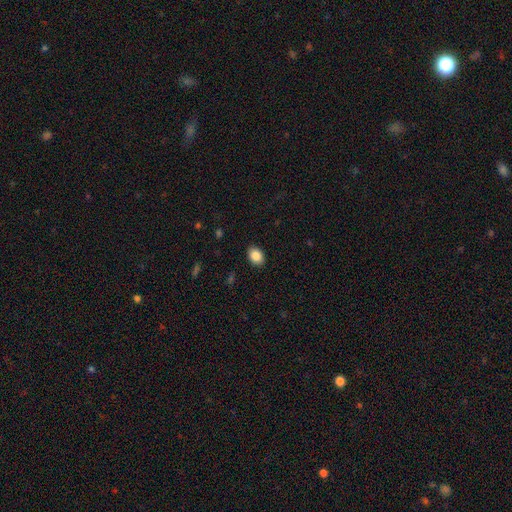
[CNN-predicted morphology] Overall: smooth (88%). How rounded: in between (72%). Merging: none (89%).